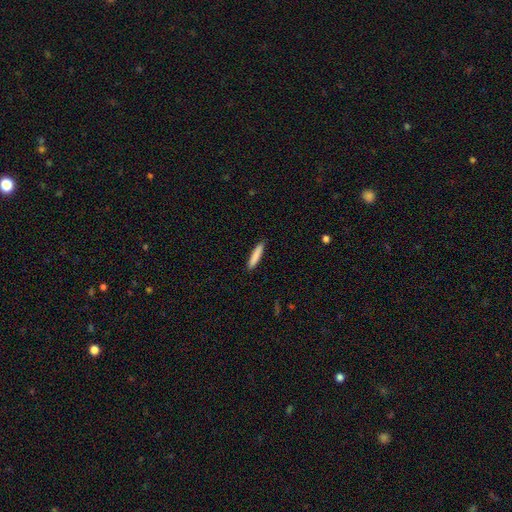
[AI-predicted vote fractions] Morphology: type=smooth (86%); roundness=cigar-shaped (91%); merging=none (91%).